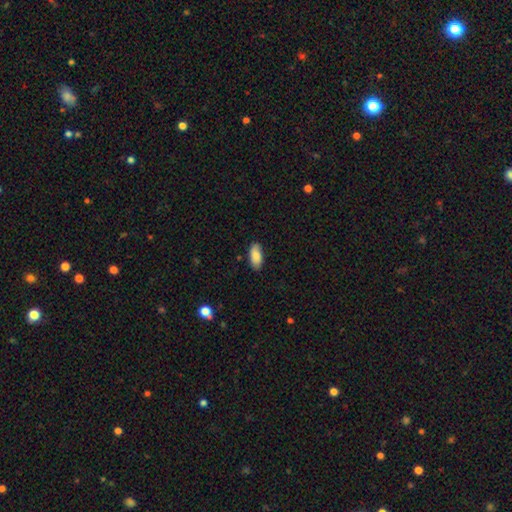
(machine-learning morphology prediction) smooth 86%, featured or disk 8%, star or artifact 6%. Down the decision tree: how rounded — in between (90%); merging — none (85%).